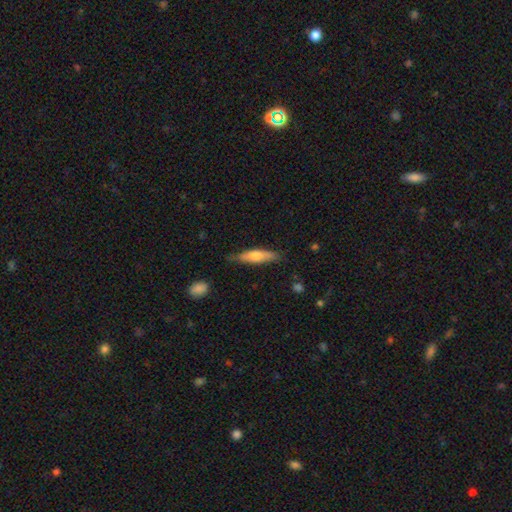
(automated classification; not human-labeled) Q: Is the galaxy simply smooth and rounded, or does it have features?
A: smooth — 60%.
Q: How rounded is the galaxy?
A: cigar-shaped — 74%.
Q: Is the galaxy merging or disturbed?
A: none — 77%.